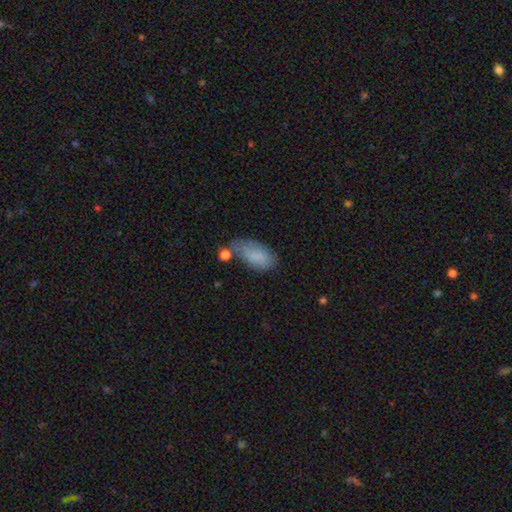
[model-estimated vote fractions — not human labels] Overall: smooth (82%). How rounded: in between (93%). Merging: none (50%; minor disturbance 28%).